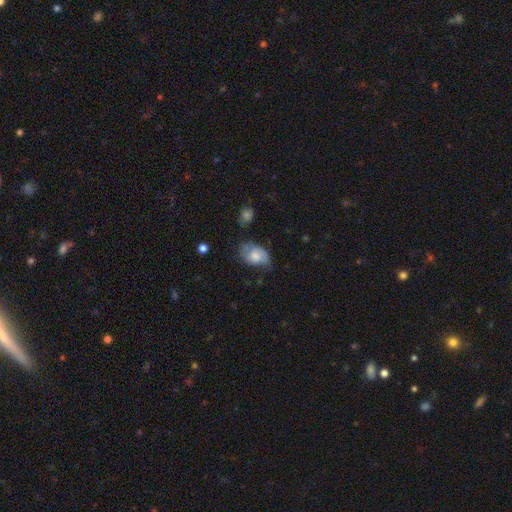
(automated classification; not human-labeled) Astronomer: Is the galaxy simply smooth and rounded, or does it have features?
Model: smooth — 70%.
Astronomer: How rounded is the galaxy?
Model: in between — 85%.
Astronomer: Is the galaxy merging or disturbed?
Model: none — 46% (runner-up: minor disturbance, 37%).